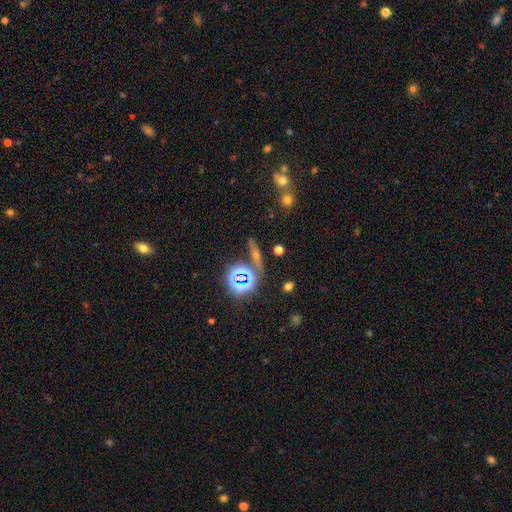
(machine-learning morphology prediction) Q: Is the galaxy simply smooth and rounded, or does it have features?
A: star or artifact — 51%.